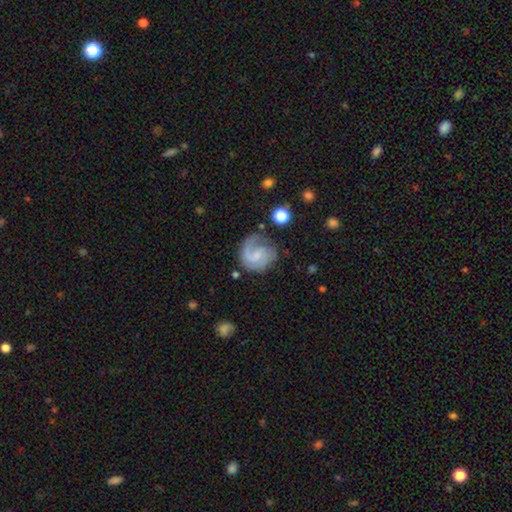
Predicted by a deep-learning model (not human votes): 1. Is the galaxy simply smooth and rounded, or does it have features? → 72% featured or disk, 21% smooth, 7% star or artifact.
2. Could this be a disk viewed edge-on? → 98% no, 2% yes.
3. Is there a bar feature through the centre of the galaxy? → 49% no, 43% weak, 8% strong.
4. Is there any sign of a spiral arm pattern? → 93% yes, 7% no.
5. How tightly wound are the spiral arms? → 44% medium, 33% tight, 23% loose.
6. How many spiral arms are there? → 39% 2, 38% 1, 11% can't tell, 8% 3, 2% 4, 2% more than 4.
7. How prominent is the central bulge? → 40% small, 37% none, 18% moderate, 3% large, 1% dominant.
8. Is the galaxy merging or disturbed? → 61% none, 19% minor disturbance, 17% major disturbance, 3% merger.